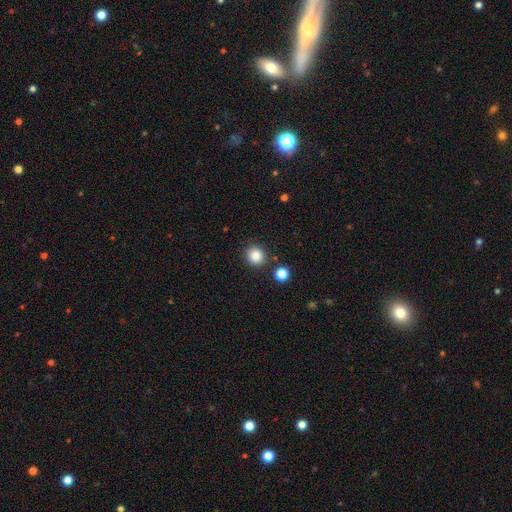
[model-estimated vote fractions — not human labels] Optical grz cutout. It shows a smooth galaxy with no disk features (86%) that is round (86%). Merging: none (85%).